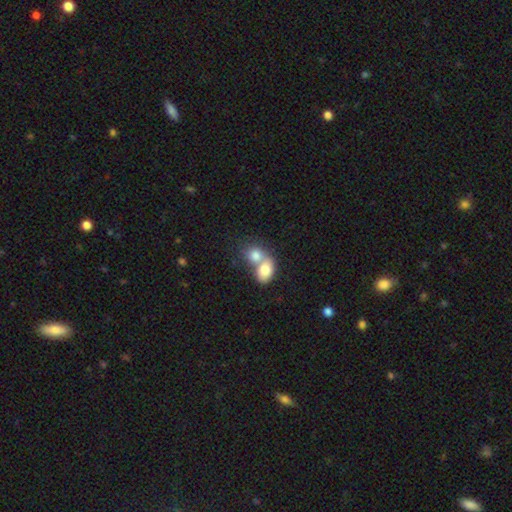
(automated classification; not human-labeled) Q: Smooth or featured?
A: smooth (78%); runner-up: featured or disk (14%)
Q: How rounded?
A: in between (53%); runner-up: round (46%)
Q: Merging?
A: merger (73%); runner-up: none (19%)